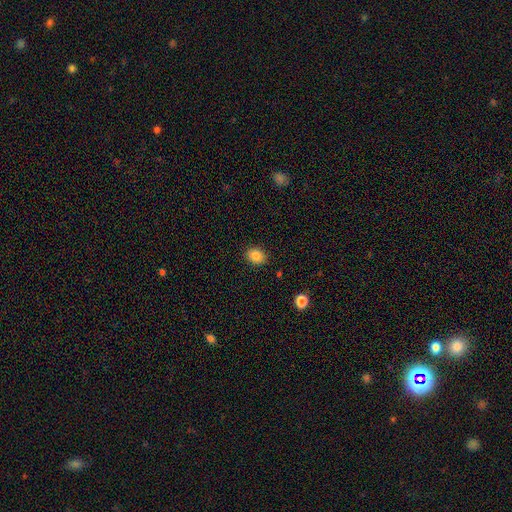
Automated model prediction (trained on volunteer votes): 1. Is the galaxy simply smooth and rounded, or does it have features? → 85% smooth, 10% star or artifact, 5% featured or disk.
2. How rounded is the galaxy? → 54% round, 45% in between, 1% cigar-shaped.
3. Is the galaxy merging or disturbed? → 89% none, 8% minor disturbance, 2% major disturbance, 1% merger.